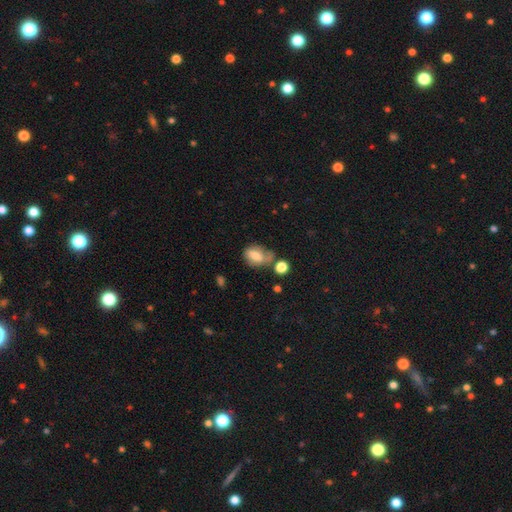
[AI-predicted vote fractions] Smooth or featured: smooth — 69% (featured or disk — 22%)
How rounded: in between — 71% (round — 27%)
Merging: none — 42% (minor disturbance — 27%)